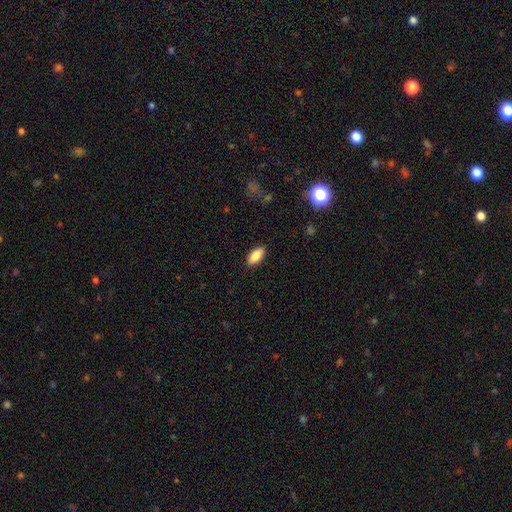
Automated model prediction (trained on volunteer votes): Q: Smooth or featured?
A: smooth (85%); runner-up: featured or disk (8%)
Q: How rounded?
A: in between (88%); runner-up: cigar-shaped (9%)
Q: Merging?
A: none (88%); runner-up: minor disturbance (9%)